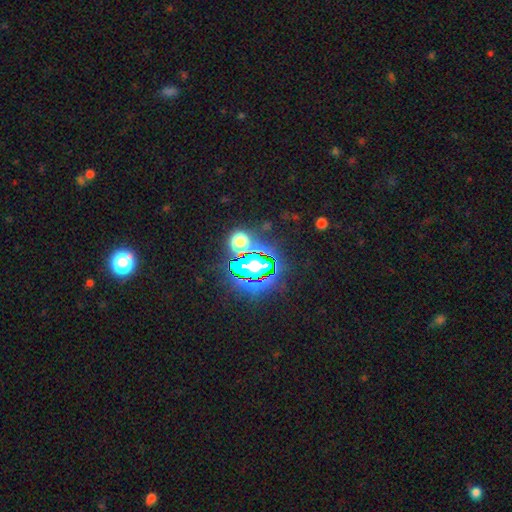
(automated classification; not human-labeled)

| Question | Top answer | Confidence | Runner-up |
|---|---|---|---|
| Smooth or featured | star or artifact | 79% | smooth (13%) |